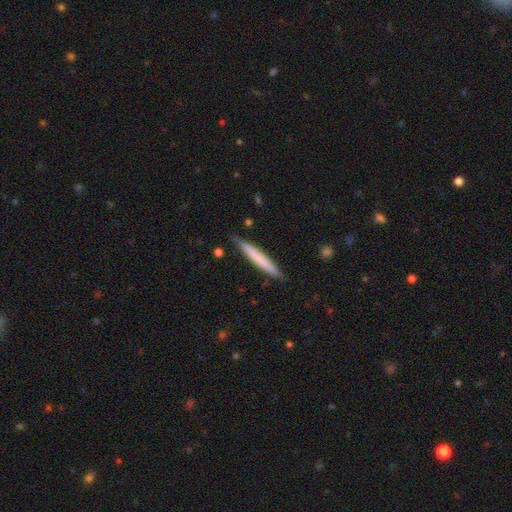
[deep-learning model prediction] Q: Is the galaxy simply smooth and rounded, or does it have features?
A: smooth — 67%.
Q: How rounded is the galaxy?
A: cigar-shaped — 95%.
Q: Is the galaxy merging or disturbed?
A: none — 85%.